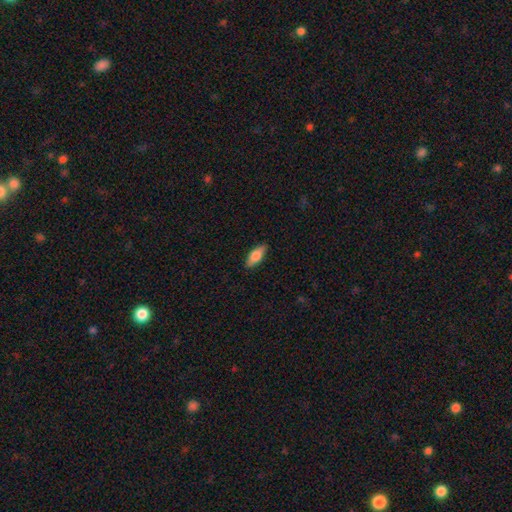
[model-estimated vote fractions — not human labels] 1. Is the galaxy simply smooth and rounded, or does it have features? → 73% smooth, 21% featured or disk, 6% star or artifact.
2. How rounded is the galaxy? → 74% in between, 24% cigar-shaped, 3% round.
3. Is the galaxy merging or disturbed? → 87% none, 10% minor disturbance, 2% major disturbance, 1% merger.